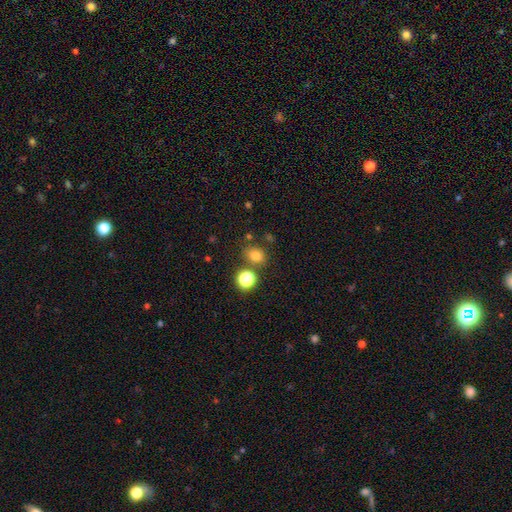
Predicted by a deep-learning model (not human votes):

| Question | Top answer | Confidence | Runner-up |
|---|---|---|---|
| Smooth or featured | smooth | 76% | star or artifact (17%) |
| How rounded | round | 57% | in between (42%) |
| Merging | none | 74% | minor disturbance (11%) |